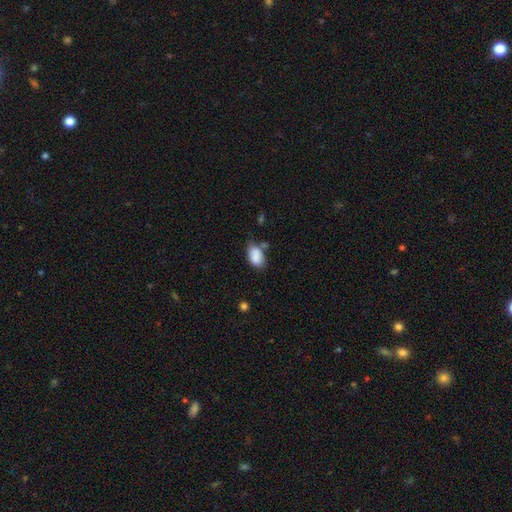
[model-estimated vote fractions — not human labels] Smooth or featured?
  - smooth: 85% *
  - star or artifact: 8%
  - featured or disk: 7%
How rounded?
  - in between: 89% *
  - round: 9%
  - cigar-shaped: 2%
Merging?
  - none: 52% *
  - minor disturbance: 25%
  - merger: 15%
  - major disturbance: 7%